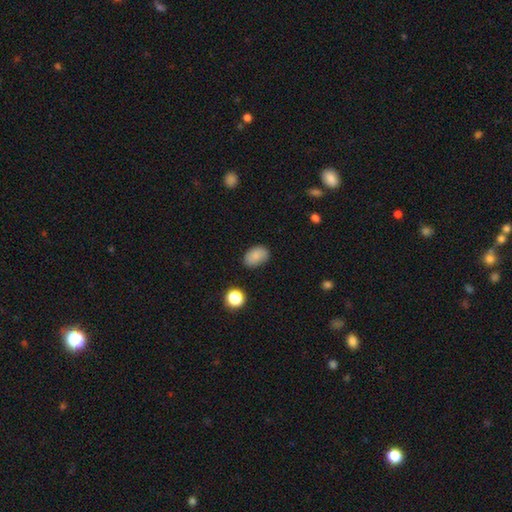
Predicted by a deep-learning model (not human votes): Overall: smooth (83%). How rounded: in between (83%). Merging: none (79%).